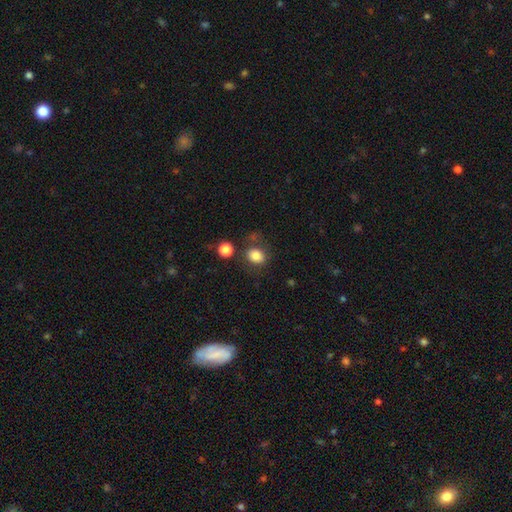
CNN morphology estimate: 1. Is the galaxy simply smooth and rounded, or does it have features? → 82% smooth, 11% star or artifact, 7% featured or disk.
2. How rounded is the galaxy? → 52% round, 47% in between, 1% cigar-shaped.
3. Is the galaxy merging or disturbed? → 68% none, 15% minor disturbance, 10% merger, 7% major disturbance.